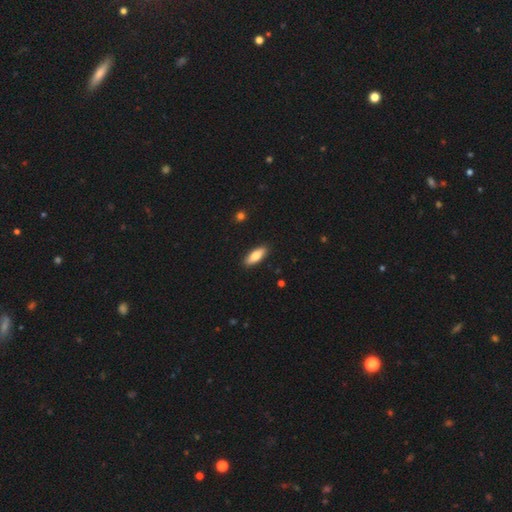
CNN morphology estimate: Overall: smooth (75%). How rounded: in between (65%; cigar-shaped 33%). Merging: none (90%).